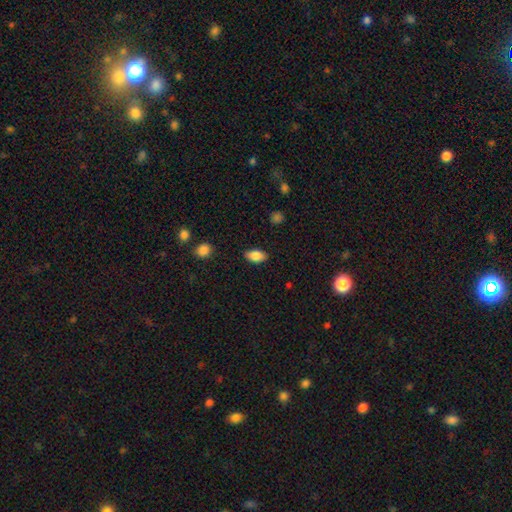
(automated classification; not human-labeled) Smooth or featured: smooth — 84% (featured or disk — 8%)
How rounded: in between — 91% (round — 6%)
Merging: none — 85% (minor disturbance — 11%)